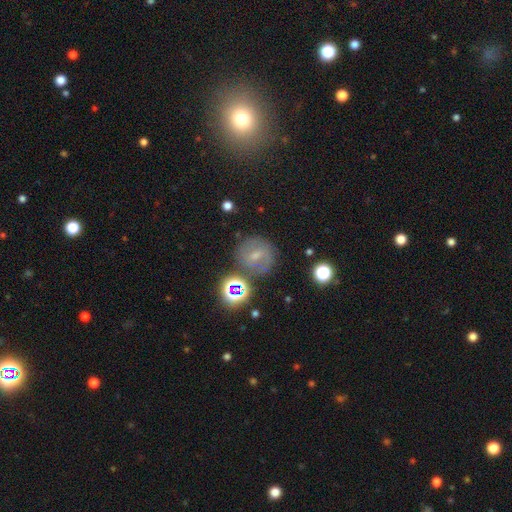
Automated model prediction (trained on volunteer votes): Smooth or featured?
  - smooth: 40% *
  - featured or disk: 36%
  - star or artifact: 24%
Merging?
  - none: 74% *
  - minor disturbance: 14%
  - merger: 7%
  - major disturbance: 6%